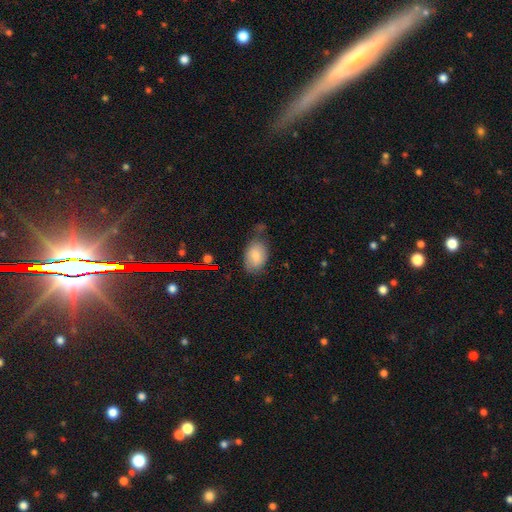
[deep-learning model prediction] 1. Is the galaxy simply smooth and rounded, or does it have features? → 76% smooth, 14% featured or disk, 9% star or artifact.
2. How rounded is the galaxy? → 85% in between, 14% round, 1% cigar-shaped.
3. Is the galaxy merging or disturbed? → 54% none, 29% minor disturbance, 11% major disturbance, 5% merger.